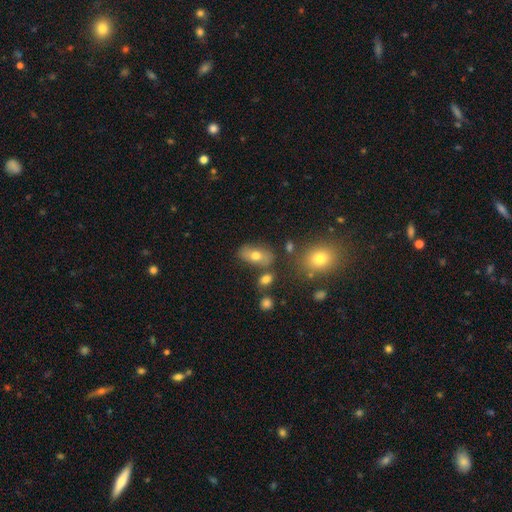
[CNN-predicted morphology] This is likely a smooth galaxy (70%). How rounded: clearly in between (85%). Merging: likely none (71%).